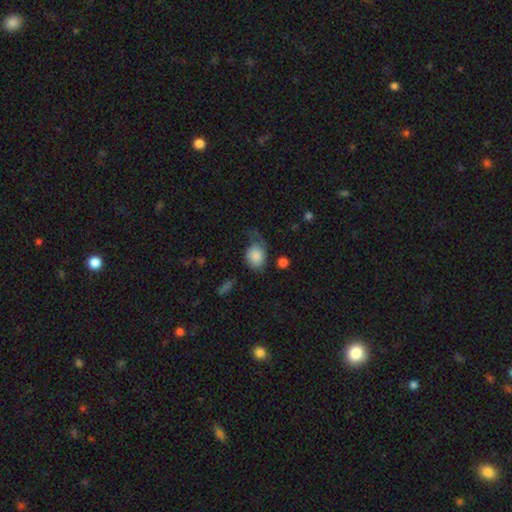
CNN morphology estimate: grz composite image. It shows a smooth galaxy with no disk features (83%) that is in between round and cigar-shaped (56%). Merging: none (39%).